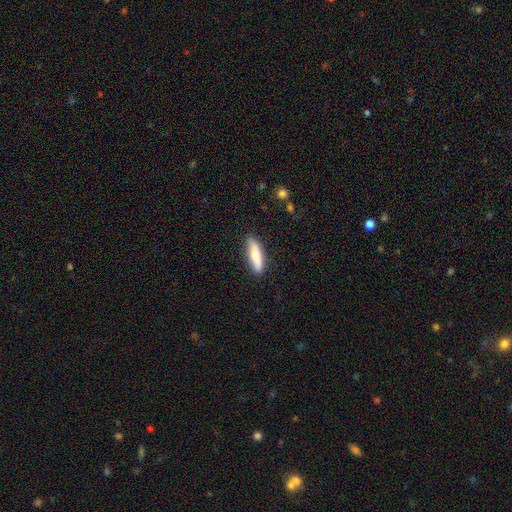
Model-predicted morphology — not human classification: smooth 72%, featured or disk 22%, star or artifact 6%. Down the decision tree: how rounded — cigar-shaped (69%); merging — none (85%).